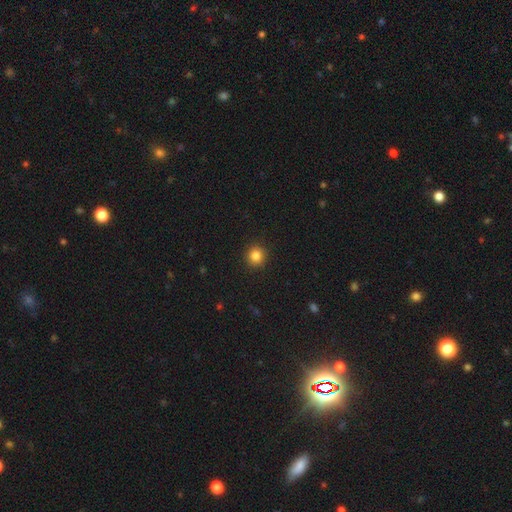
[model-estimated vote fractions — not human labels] smooth_or_featured: smooth (p=0.84) [alt: star or artifact p=0.12]
how_rounded: round (p=0.93) [alt: in between p=0.06]
merging: none (p=0.93) [alt: minor disturbance p=0.05]